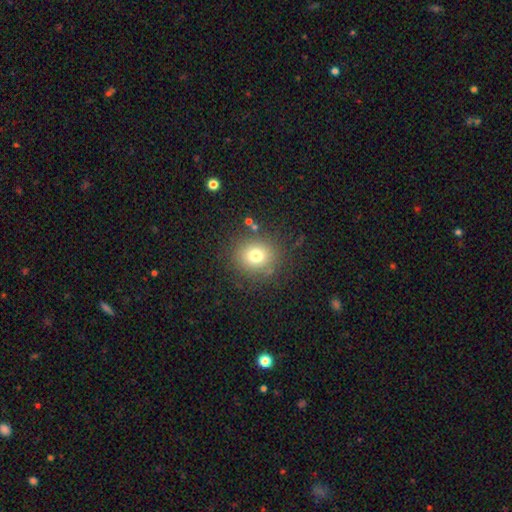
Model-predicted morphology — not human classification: type=smooth (74%); roundness=round (81%); merging=none (83%).